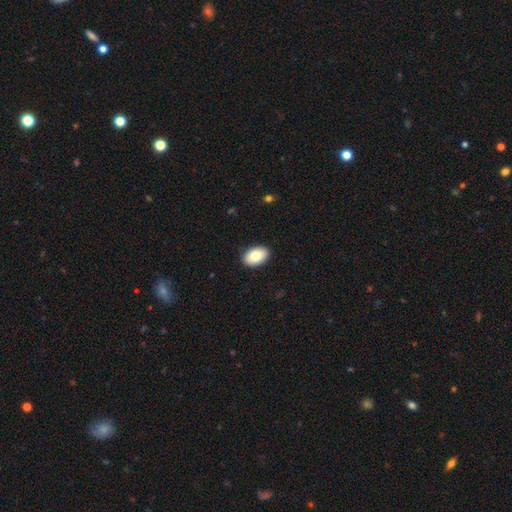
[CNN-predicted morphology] smooth_or_featured: smooth (p=0.81) [alt: featured or disk p=0.12]
how_rounded: in between (p=0.90) [alt: round p=0.08]
merging: none (p=0.90) [alt: minor disturbance p=0.08]